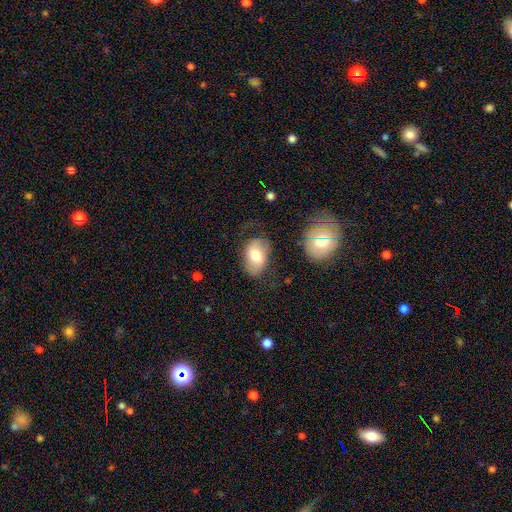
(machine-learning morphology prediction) smooth-or-featured: smooth: 66% | featured or disk: 27% | star or artifact: 7%
  how-rounded: in between: 84% | round: 14% | cigar-shaped: 1%
  merging: none: 66% | minor disturbance: 22% | major disturbance: 9% | merger: 3%